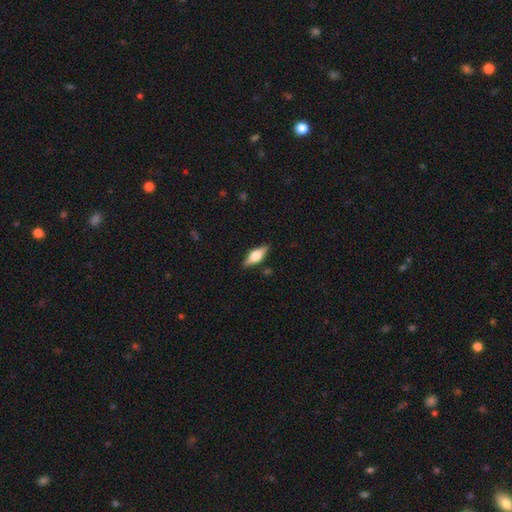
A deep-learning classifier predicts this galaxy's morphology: Smooth or featured: featured or disk — 57% (smooth — 36%)
Edge-on disk: yes — 94% (no — 6%)
Edge-on bulge: rounded — 91% (boxy — 8%)
Merging: none — 87% (minor disturbance — 10%)